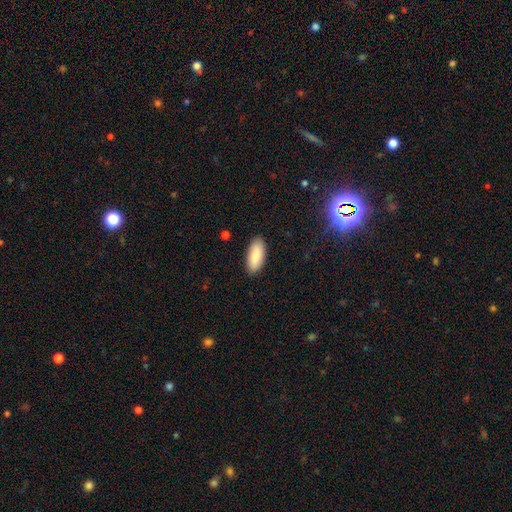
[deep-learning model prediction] Smooth or featured? Predicted: smooth (p=0.87). How rounded? Predicted: in between (p=0.83). Merging? Predicted: none (p=0.88).